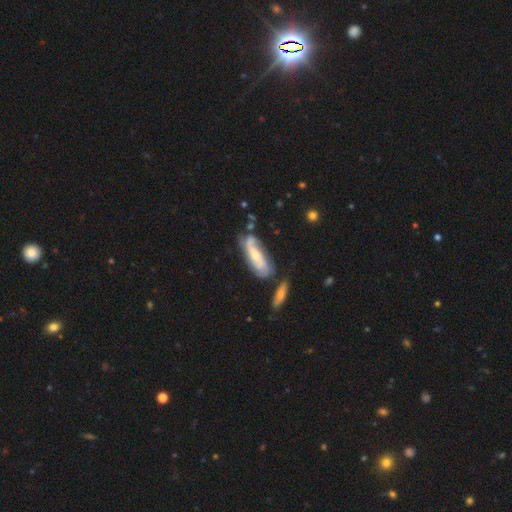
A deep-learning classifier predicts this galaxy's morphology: A featured or disk galaxy (69%) with no bar (56%), 2 (61%) medium (39%) spiral arms (90%) and a small central bulge (53%).

Vote fractions:
- Smooth or featured? featured or disk: 69% / smooth: 25% / star or artifact: 6%
- Edge-on disk? no: 85% / yes: 15%
- Bar? no: 56% / weak: 31% / strong: 13%
- Spiral arms? yes: 90% / no: 10%
- Spiral winding? medium: 39% / tight: 34% / loose: 27%
- Spiral arm count? 2: 61% / can't tell: 23% / 3: 7% / 1: 5% / 4: 2% / more than 4: 2%
- Bulge size? small: 53% / moderate: 42% / large: 3% / none: 2% / dominant: 1%
- Merging? none: 56% / minor disturbance: 22% / merger: 13% / major disturbance: 9%